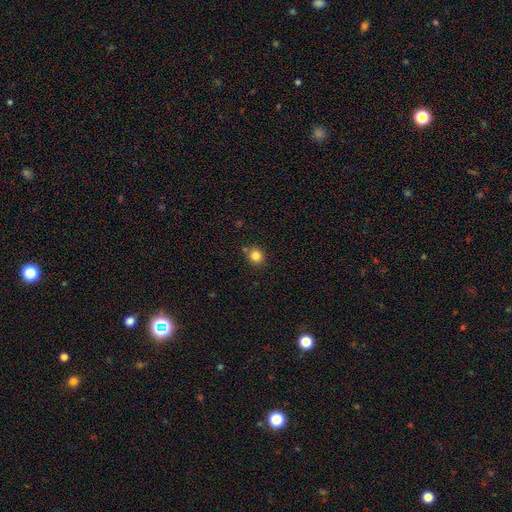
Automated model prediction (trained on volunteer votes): A smooth galaxy with no disk features (83%) that is round (87%). Merging: none (79%).